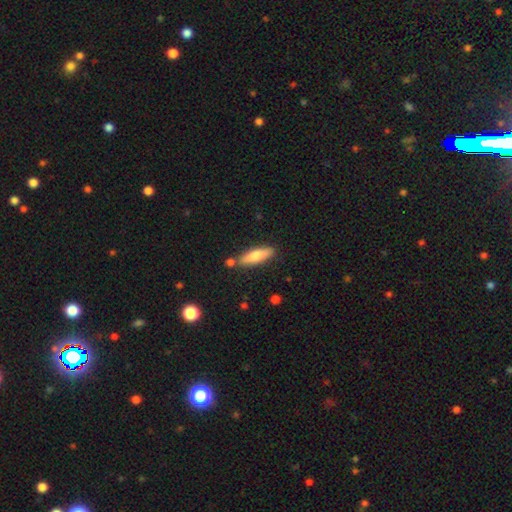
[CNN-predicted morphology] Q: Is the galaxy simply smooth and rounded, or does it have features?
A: smooth — 70%.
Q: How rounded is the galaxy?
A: cigar-shaped — 66%.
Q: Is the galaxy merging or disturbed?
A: none — 80%.